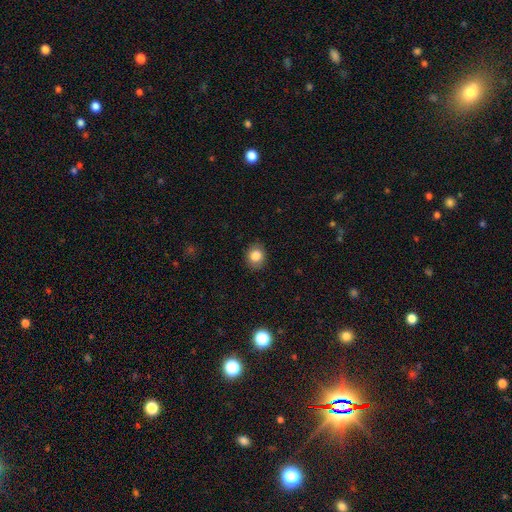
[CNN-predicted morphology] Smooth or featured? Predicted: smooth (p=0.84). How rounded? Predicted: round (p=0.69). Merging? Predicted: none (p=0.87).